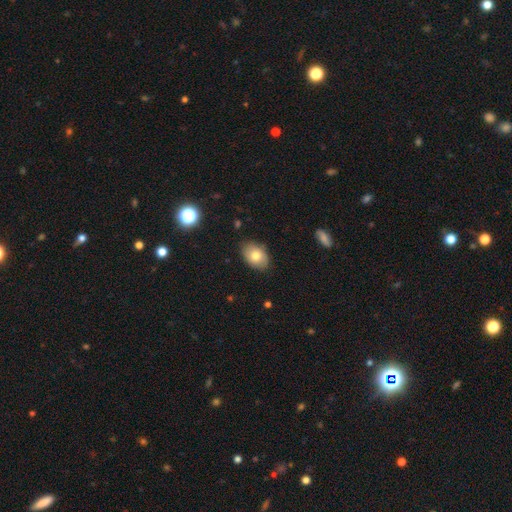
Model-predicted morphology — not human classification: Smooth or featured? smooth (76%)
How rounded? in between (85%)
Merging? none (84%)